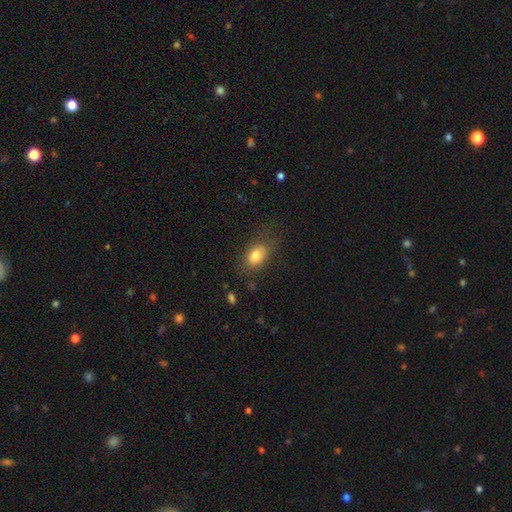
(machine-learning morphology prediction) Q: Smooth or featured?
A: smooth (81%); runner-up: featured or disk (10%)
Q: How rounded?
A: in between (82%); runner-up: round (15%)
Q: Merging?
A: none (71%); runner-up: minor disturbance (19%)